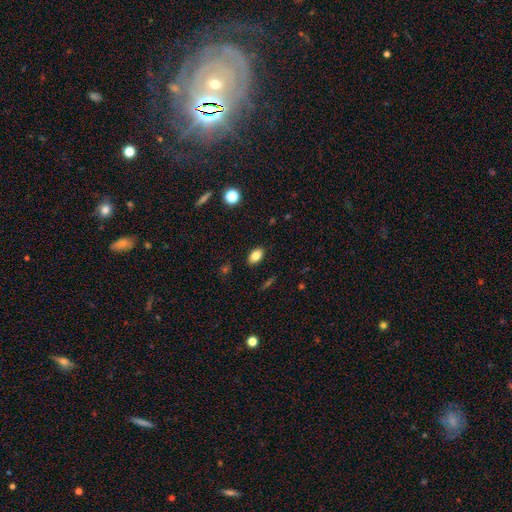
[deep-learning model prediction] Q: Smooth or featured?
A: smooth (83%); runner-up: star or artifact (10%)
Q: How rounded?
A: in between (89%); runner-up: round (9%)
Q: Merging?
A: none (88%); runner-up: minor disturbance (9%)